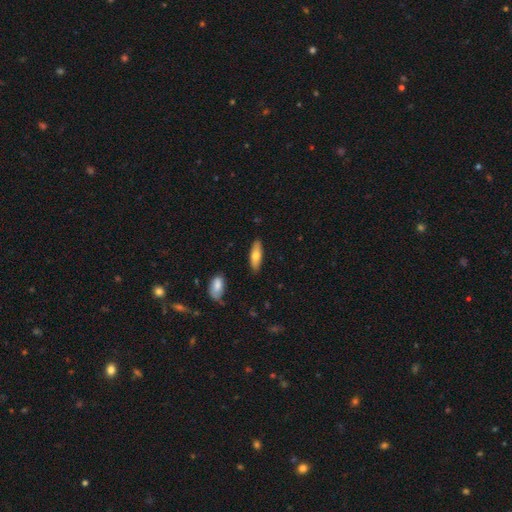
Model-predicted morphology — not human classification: The model was most divided on "how rounded": in between: 54%, cigar-shaped: 43%, round: 2%. More confident: merging — none (87%); smooth or featured — smooth (68%).